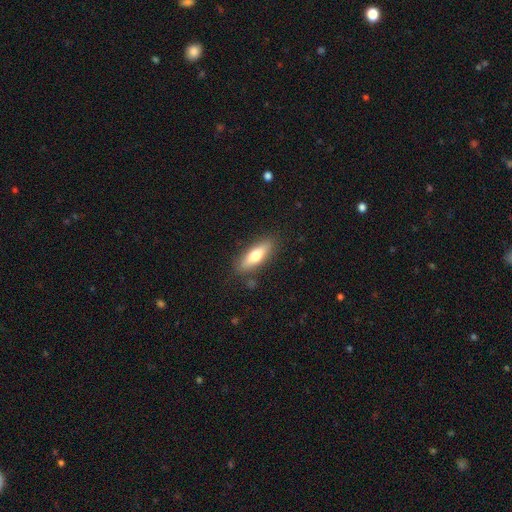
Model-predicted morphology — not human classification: Smooth or featured? smooth (65%)
How rounded? cigar-shaped (50%)
Merging? none (84%)